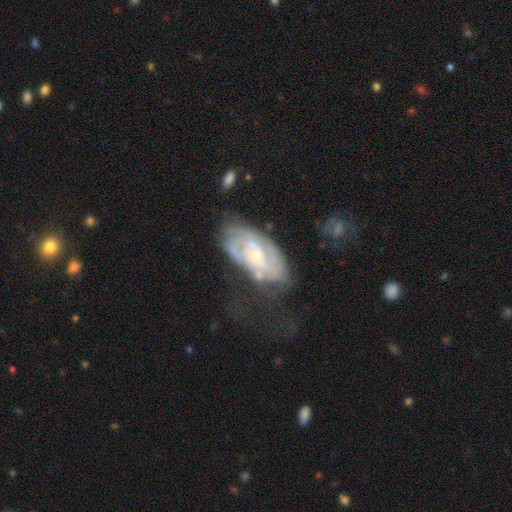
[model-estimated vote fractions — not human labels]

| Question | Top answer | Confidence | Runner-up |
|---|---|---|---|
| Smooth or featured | featured or disk | 74% | smooth (20%) |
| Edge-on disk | no | 94% | yes (6%) |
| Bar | no | 65% | weak (29%) |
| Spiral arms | yes | 77% | no (23%) |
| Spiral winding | tight | 60% | medium (30%) |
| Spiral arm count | can't tell | 48% | 2 (34%) |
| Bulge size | small | 66% | moderate (30%) |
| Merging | none | 52% | minor disturbance (26%) |